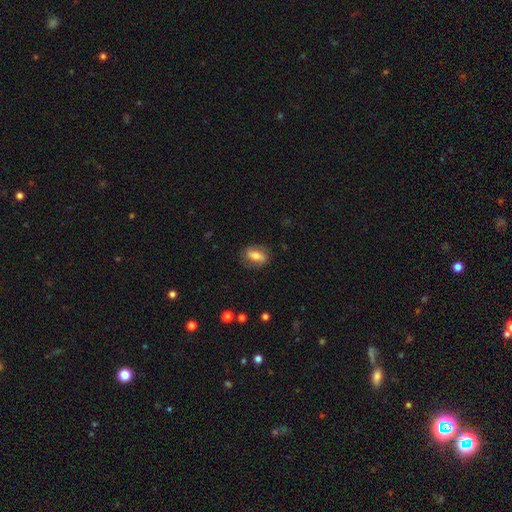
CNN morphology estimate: A smooth galaxy with no disk features (59%) that is in between round and cigar-shaped (77%).

Vote fractions:
- Smooth or featured? smooth: 59% / featured or disk: 33% / star or artifact: 8%
- How rounded? in between: 77% / round: 13% / cigar-shaped: 10%
- Merging? none: 77% / minor disturbance: 16% / major disturbance: 5% / merger: 1%